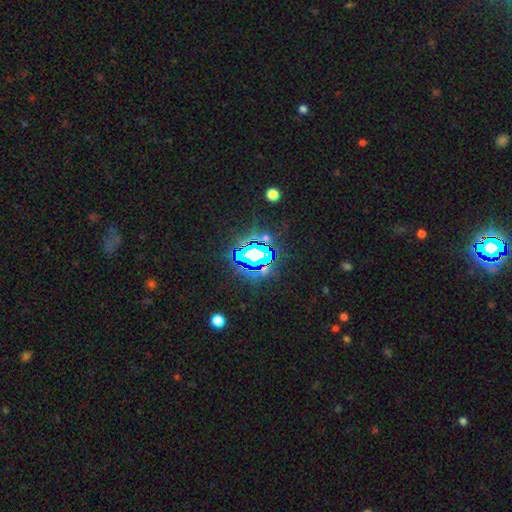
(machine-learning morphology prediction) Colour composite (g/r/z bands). It shows a star or artifact, not a galaxy (73%).